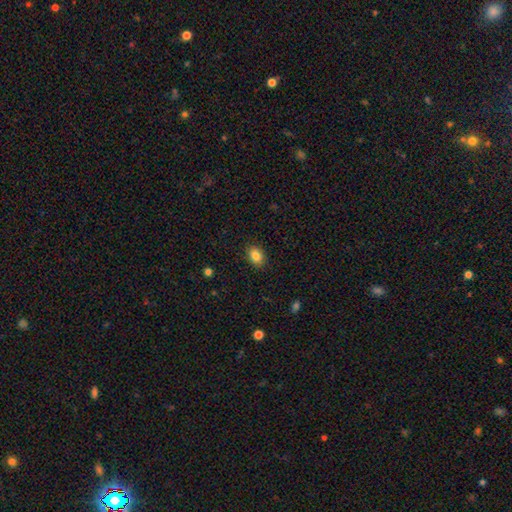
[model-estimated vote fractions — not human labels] smooth 85%, star or artifact 9%, featured or disk 6%. Down the decision tree: how rounded — in between (74%); merging — none (88%).